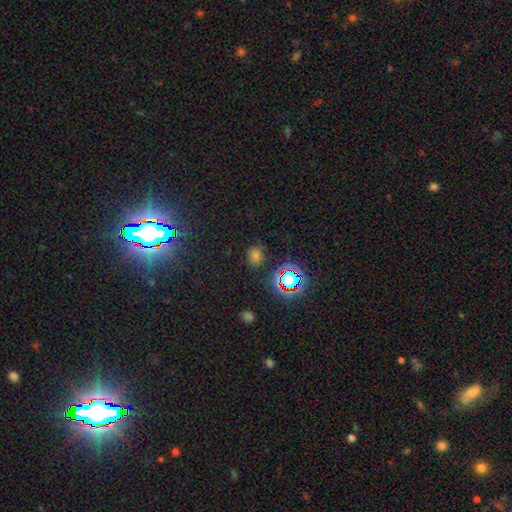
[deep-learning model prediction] Overall: smooth (54%; star or artifact 39%). How rounded: round (62%; in between 36%). Merging: none (84%).